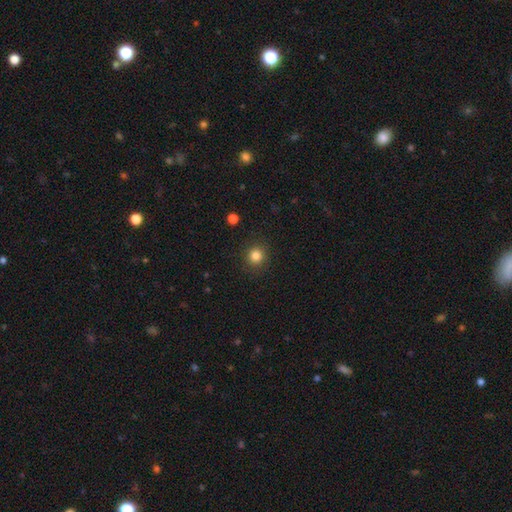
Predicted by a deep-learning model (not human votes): smooth-or-featured: smooth: 84% | star or artifact: 12% | featured or disk: 4%
  how-rounded: round: 93% | in between: 6% | cigar-shaped: 1%
  merging: none: 90% | minor disturbance: 6% | major disturbance: 3% | merger: 1%